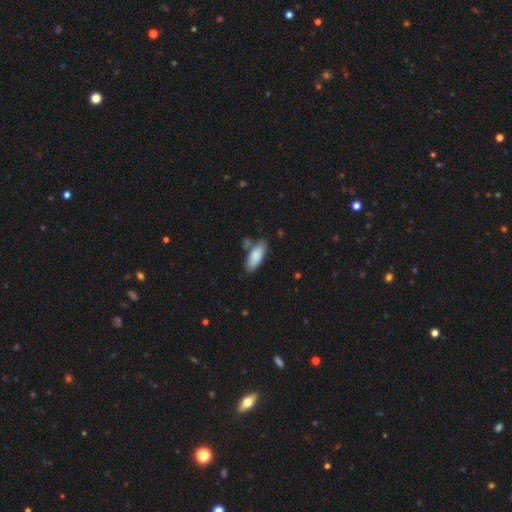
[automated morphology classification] smooth_or_featured: smooth (p=0.85) [alt: featured or disk p=0.10]
how_rounded: in between (p=0.75) [alt: cigar-shaped p=0.23]
merging: none (p=0.67) [alt: minor disturbance p=0.19]